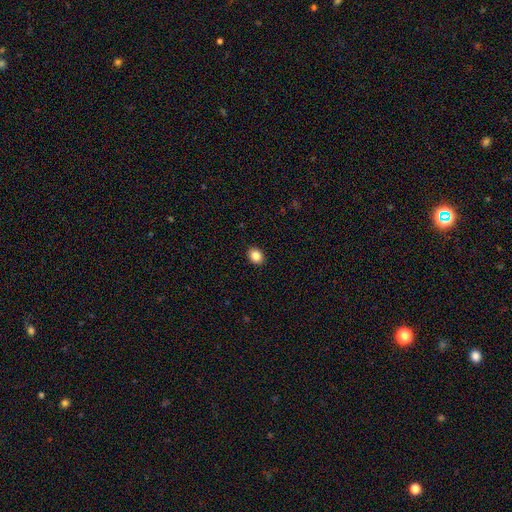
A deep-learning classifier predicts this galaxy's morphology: type=smooth (85%); roundness=in between (51%); merging=none (91%).